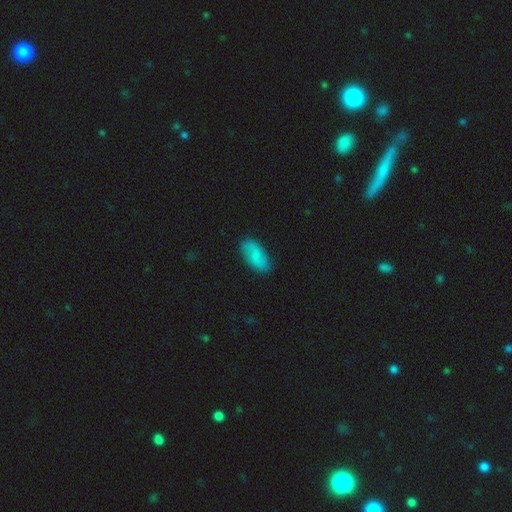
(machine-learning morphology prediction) A smooth galaxy with no disk features (66%) that is in between round and cigar-shaped (91%). Merging: none (81%).